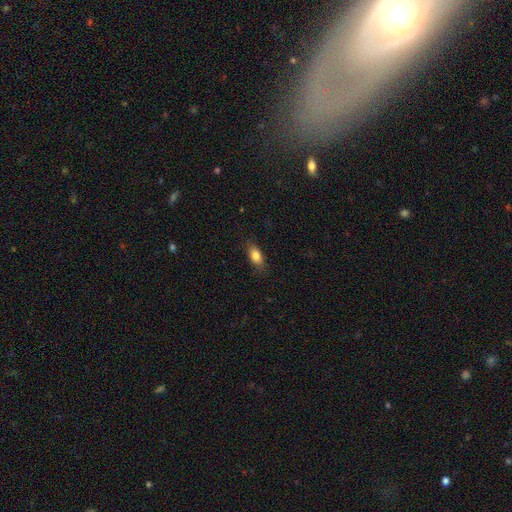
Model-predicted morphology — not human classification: This appears to be a smooth galaxy with no disk features (82%) that is in between round and cigar-shaped (84%). Merging: none (83%).